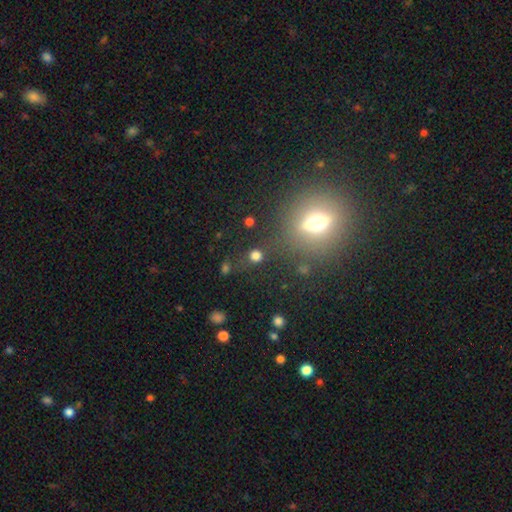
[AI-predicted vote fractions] Overall: smooth (72%). How rounded: round (85%). Merging: none (78%).